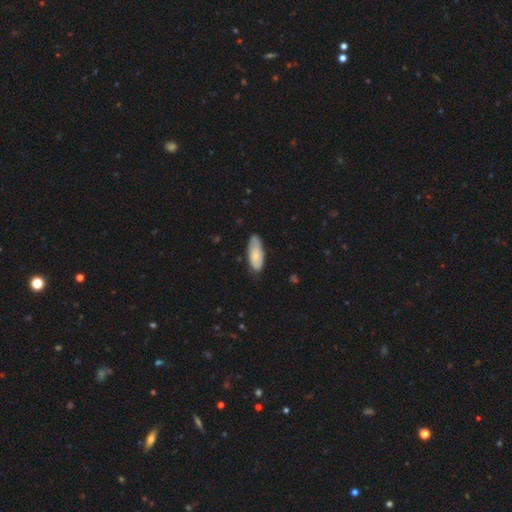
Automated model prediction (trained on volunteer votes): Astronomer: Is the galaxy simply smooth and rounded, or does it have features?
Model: smooth — 77%.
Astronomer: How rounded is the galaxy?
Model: in between — 79%.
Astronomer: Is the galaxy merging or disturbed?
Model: none — 70%.